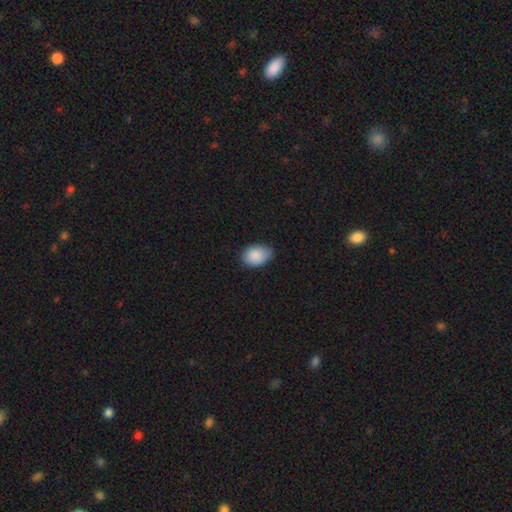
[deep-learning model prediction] This is clearly a smooth galaxy (89%). How rounded: clearly in between (80%). Merging: likely none (69%).